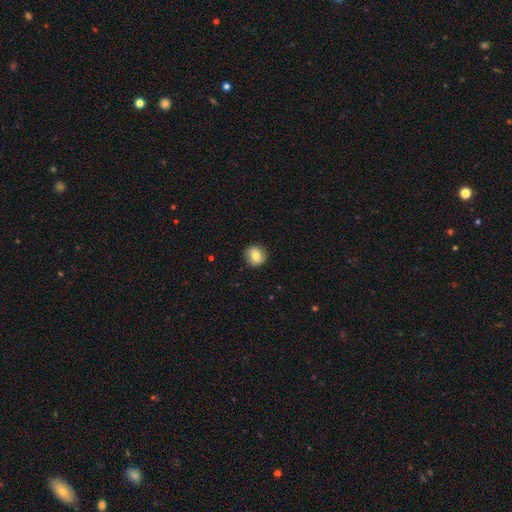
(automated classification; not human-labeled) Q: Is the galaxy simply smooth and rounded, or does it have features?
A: smooth — 76%.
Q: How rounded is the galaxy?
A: round — 90%.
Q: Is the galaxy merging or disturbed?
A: none — 89%.